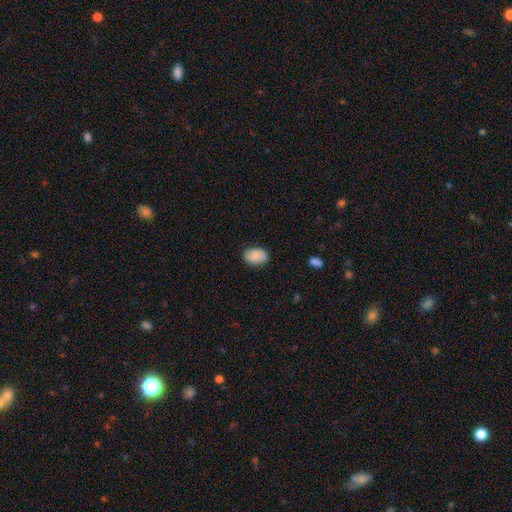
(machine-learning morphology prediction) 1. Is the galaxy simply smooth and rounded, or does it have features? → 86% smooth, 7% star or artifact, 7% featured or disk.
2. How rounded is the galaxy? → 86% in between, 13% round, 1% cigar-shaped.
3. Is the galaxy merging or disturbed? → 83% none, 13% minor disturbance, 3% major disturbance, 1% merger.